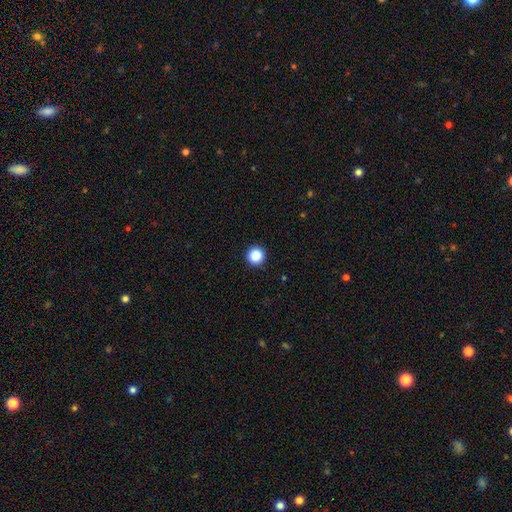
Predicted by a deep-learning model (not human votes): smooth-or-featured: smooth: 88% | star or artifact: 9% | featured or disk: 2%
  how-rounded: round: 96% | in between: 3% | cigar-shaped: 1%
  merging: none: 93% | minor disturbance: 5% | major disturbance: 2% | merger: 1%